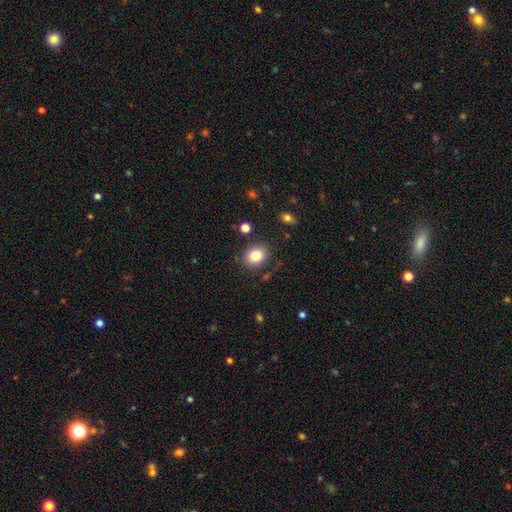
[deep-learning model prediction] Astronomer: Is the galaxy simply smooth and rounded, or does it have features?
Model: smooth — 83%.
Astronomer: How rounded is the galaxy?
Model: round — 64%.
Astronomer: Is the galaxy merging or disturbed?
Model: none — 85%.